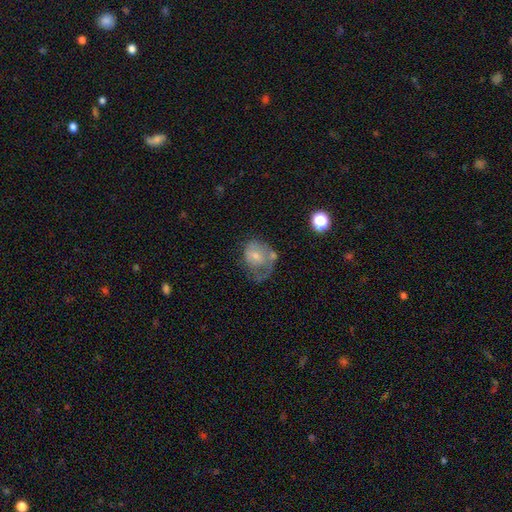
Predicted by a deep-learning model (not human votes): This is possibly a smooth galaxy (49%). Merging: marginally major disturbance (39%).